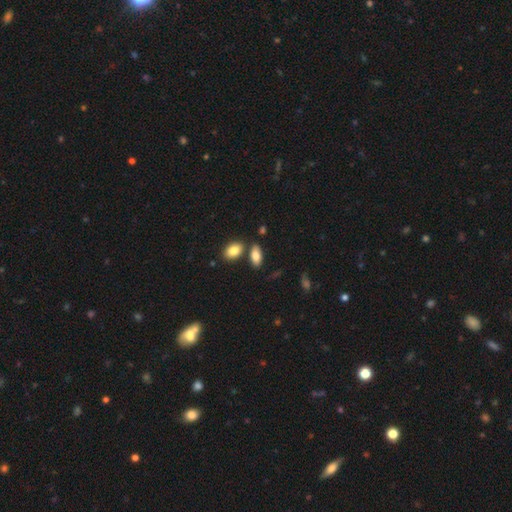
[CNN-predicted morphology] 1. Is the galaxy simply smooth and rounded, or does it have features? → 82% smooth, 11% featured or disk, 7% star or artifact.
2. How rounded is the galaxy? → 90% in between, 6% cigar-shaped, 4% round.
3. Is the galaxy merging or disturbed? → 71% none, 15% merger, 11% minor disturbance, 3% major disturbance.